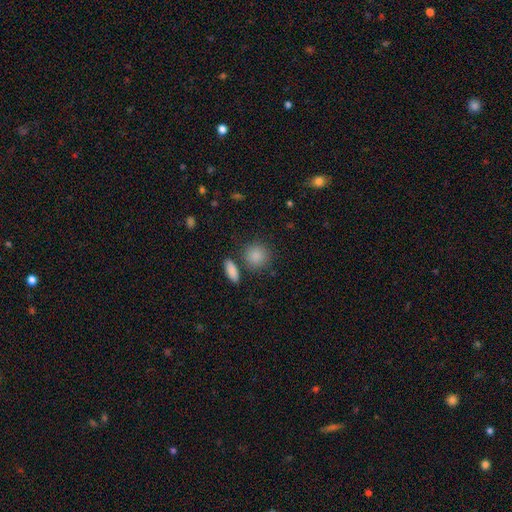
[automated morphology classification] Smooth or featured? Predicted: smooth (p=0.87). How rounded? Predicted: round (p=0.81). Merging? Predicted: none (p=0.77).